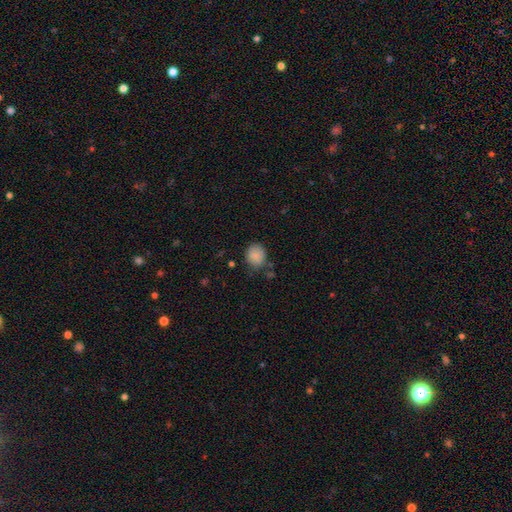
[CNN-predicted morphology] Overall: smooth (86%). How rounded: round (65%; in between 34%). Merging: none (74%).